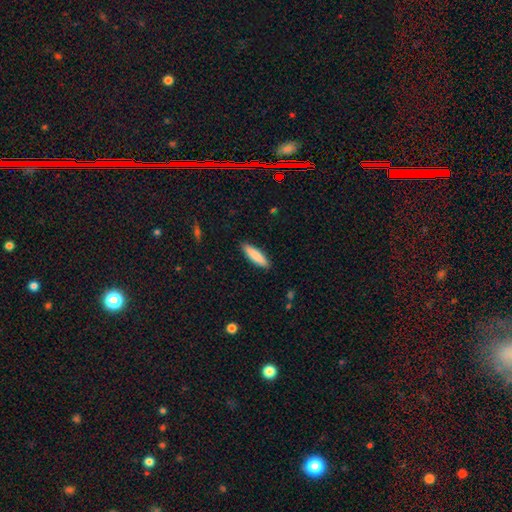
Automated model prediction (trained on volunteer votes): Smooth or featured: smooth — 85% (featured or disk — 10%)
How rounded: cigar-shaped — 70% (in between — 29%)
Merging: none — 89% (minor disturbance — 8%)